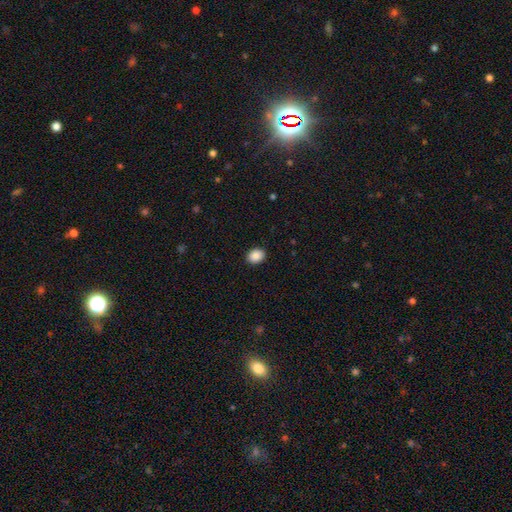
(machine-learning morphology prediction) This is clearly a smooth galaxy (89%). How rounded: possibly in between (54%). Merging: clearly none (91%).